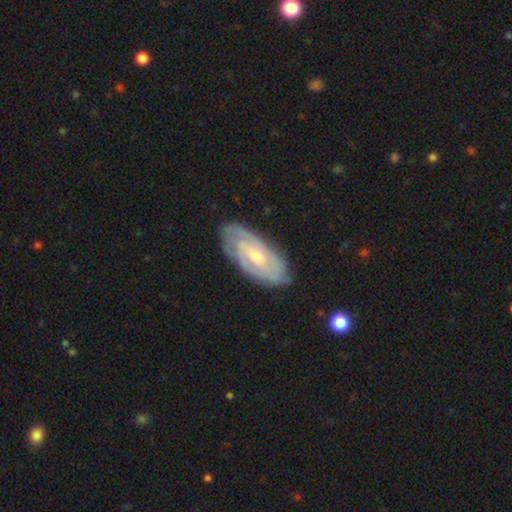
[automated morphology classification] smooth-or-featured: featured or disk: 77% | smooth: 18% | star or artifact: 5%
  disk-edge-on: no: 93% | yes: 7%
    bar: no: 50% | weak: 41% | strong: 9%
    has-spiral-arms: yes: 92% | no: 8%
      spiral-winding: tight: 70% | medium: 24% | loose: 6%
      spiral-arm-count: can't tell: 42% | 2: 29% | 3: 15% | 4: 7% | 1: 4% | more than 4: 4%
    bulge-size: small: 60% | moderate: 35% | none: 2% | large: 2% | dominant: 1%
  merging: none: 78% | minor disturbance: 17% | major disturbance: 4% | merger: 1%